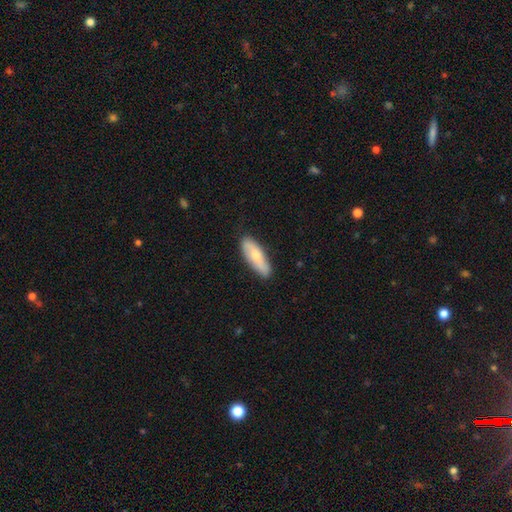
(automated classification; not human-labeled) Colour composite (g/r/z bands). It shows a smooth galaxy with no disk features (66%) that is in between round and cigar-shaped (54%). Merging: none (83%).